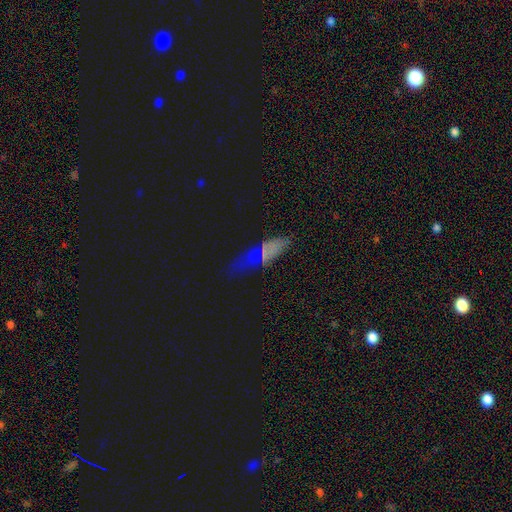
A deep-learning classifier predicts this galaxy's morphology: smooth_or_featured: star or artifact (p=0.46) [alt: smooth p=0.38]